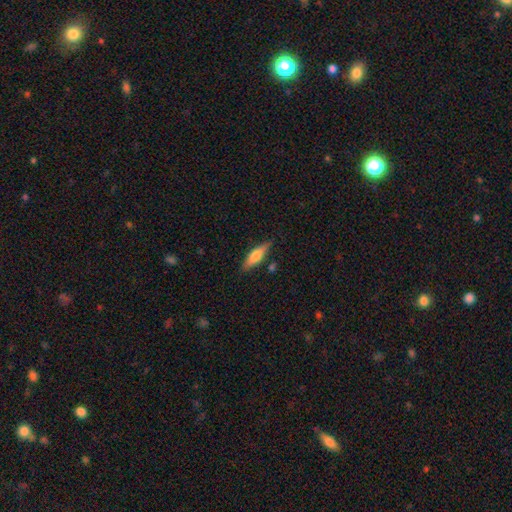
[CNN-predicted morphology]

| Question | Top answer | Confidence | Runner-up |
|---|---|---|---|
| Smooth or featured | smooth | 54% | featured or disk (40%) |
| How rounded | cigar-shaped | 66% | in between (32%) |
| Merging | none | 81% | minor disturbance (13%) |